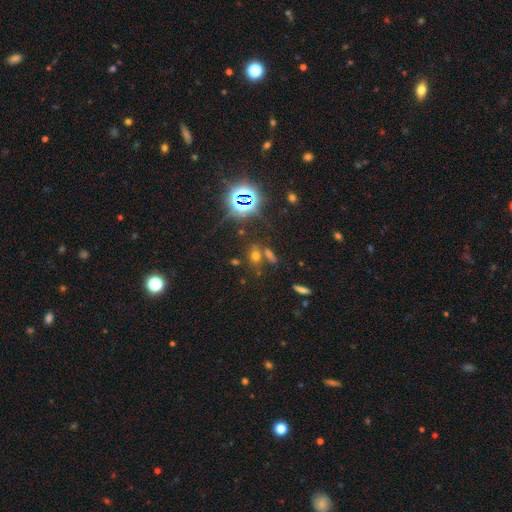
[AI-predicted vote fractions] Smooth or featured? Predicted: smooth (p=0.46). Merging? Predicted: none (p=0.60).